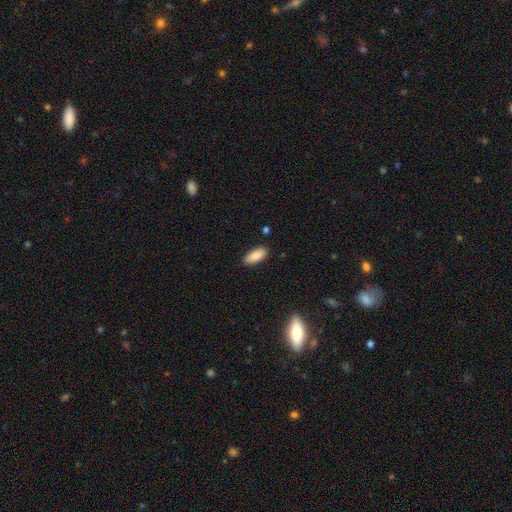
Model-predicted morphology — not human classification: Overall: smooth (87%). How rounded: in between (83%). Merging: none (87%).